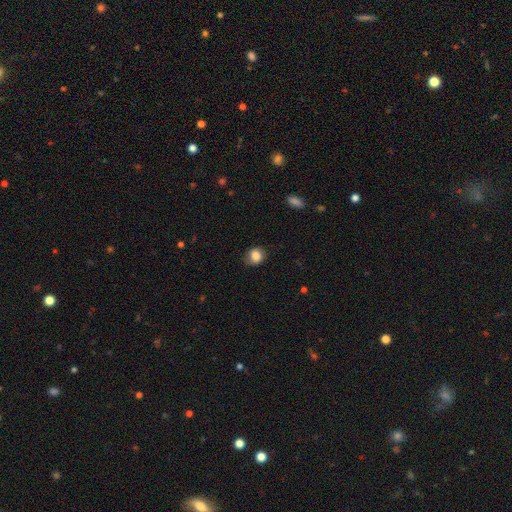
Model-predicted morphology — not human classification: smooth_or_featured: smooth (p=0.81) [alt: featured or disk p=0.10]
how_rounded: round (p=0.62) [alt: in between p=0.37]
merging: none (p=0.68) [alt: minor disturbance p=0.24]